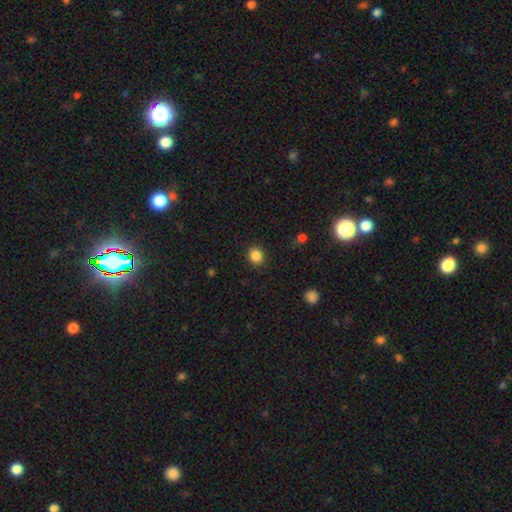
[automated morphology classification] Q: Smooth or featured?
A: smooth (86%); runner-up: star or artifact (11%)
Q: How rounded?
A: round (78%); runner-up: in between (21%)
Q: Merging?
A: none (90%); runner-up: minor disturbance (7%)